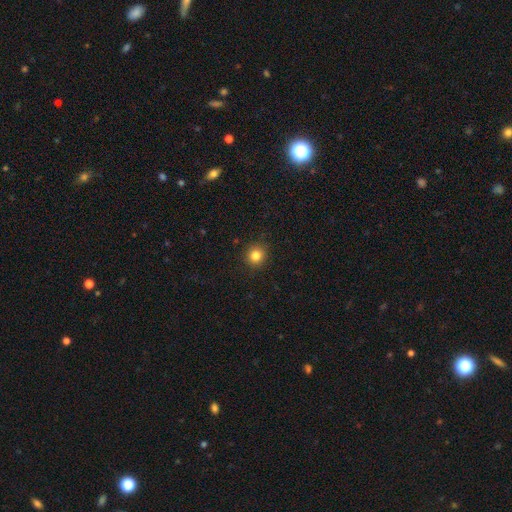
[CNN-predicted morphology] This appears to be a smooth galaxy with no disk features (83%) that is round (92%). Merging: none (91%).